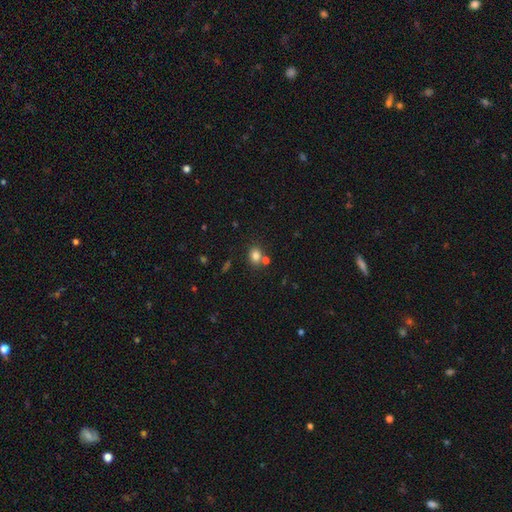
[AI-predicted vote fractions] A smooth galaxy with no disk features (80%) that is round (57%).

Vote fractions:
- Smooth or featured? smooth: 80% / star or artifact: 12% / featured or disk: 8%
- How rounded? round: 57% / in between: 42% / cigar-shaped: 1%
- Merging? none: 65% / merger: 21% / minor disturbance: 10% / major disturbance: 3%